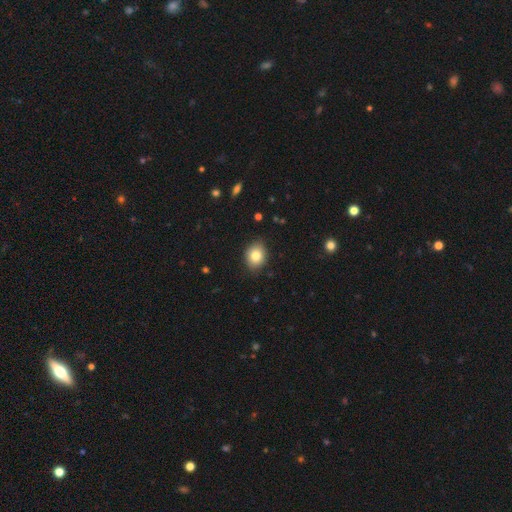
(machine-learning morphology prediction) Q: Smooth or featured?
A: smooth (82%); runner-up: featured or disk (9%)
Q: How rounded?
A: in between (57%); runner-up: round (42%)
Q: Merging?
A: none (83%); runner-up: minor disturbance (13%)